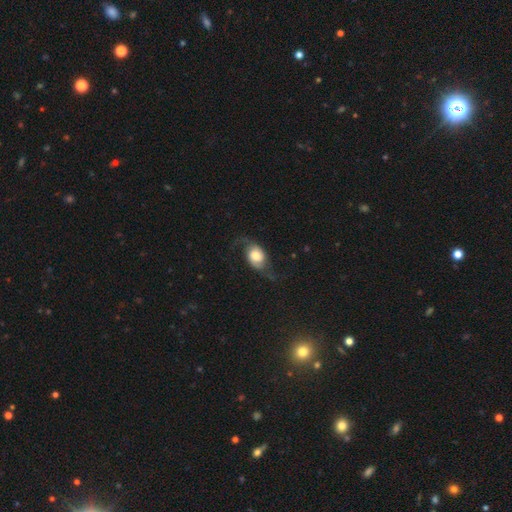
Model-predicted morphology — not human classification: Q: Smooth or featured?
A: featured or disk (58%); runner-up: smooth (35%)
Q: Edge-on disk?
A: no (93%); runner-up: yes (7%)
Q: Bar?
A: no (71%); runner-up: weak (23%)
Q: Spiral arms?
A: yes (88%); runner-up: no (12%)
Q: Bulge size?
A: large (37%); runner-up: moderate (36%)
Q: Merging?
A: none (57%); runner-up: minor disturbance (21%)